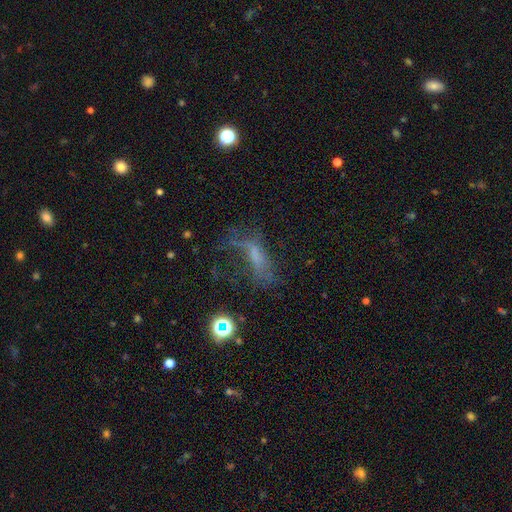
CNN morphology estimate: This is marginally a featured or disk galaxy (41%). Merging: marginally major disturbance (42%).